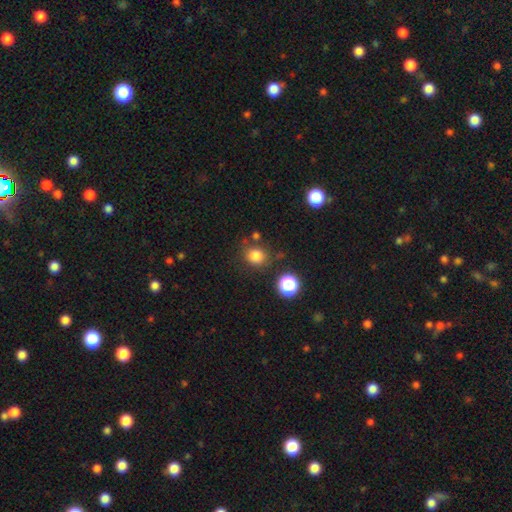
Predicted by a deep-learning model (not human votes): Smooth or featured?
  - smooth: 81% *
  - star or artifact: 14%
  - featured or disk: 5%
How rounded?
  - round: 79% *
  - in between: 20%
  - cigar-shaped: 1%
Merging?
  - none: 77% *
  - minor disturbance: 13%
  - merger: 6%
  - major disturbance: 5%